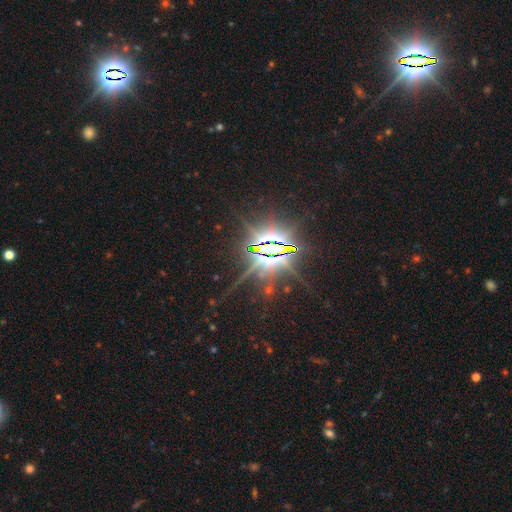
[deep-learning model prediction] Smooth or featured? Predicted: star or artifact (p=0.86).